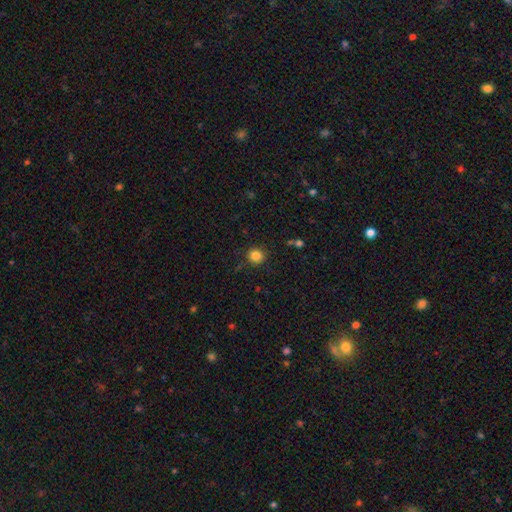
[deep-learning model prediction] This is clearly a smooth galaxy (83%). How rounded: clearly round (91%). Merging: clearly none (89%).